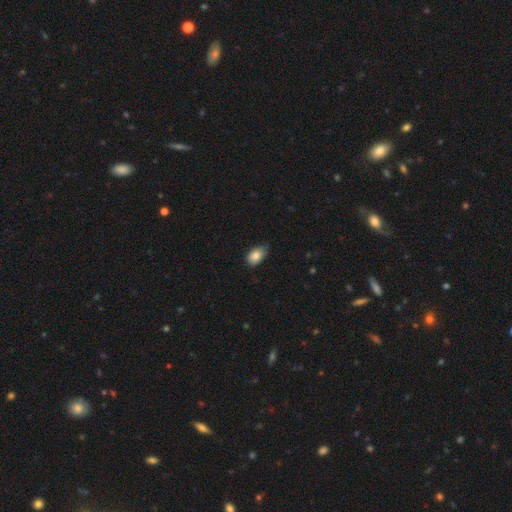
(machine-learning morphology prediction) This is clearly a smooth galaxy (82%). How rounded: clearly in between (87%). Merging: likely none (64%).